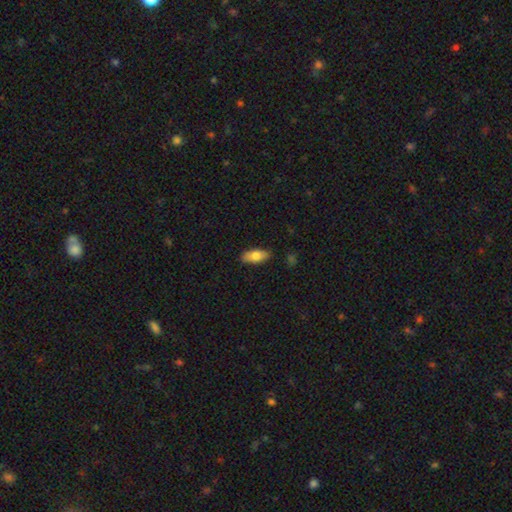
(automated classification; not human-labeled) Smooth or featured? Predicted: smooth (p=0.76). How rounded? Predicted: in between (p=0.84). Merging? Predicted: none (p=0.87).